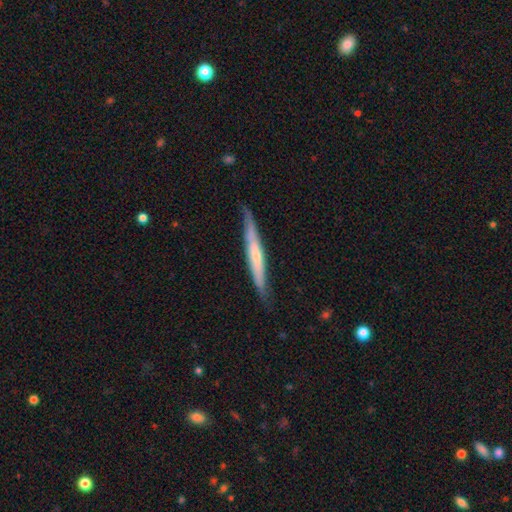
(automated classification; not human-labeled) A featured or disk galaxy (52%) viewed edge-on (91%).

Vote fractions:
- Smooth or featured? featured or disk: 52% / smooth: 42% / star or artifact: 5%
- Edge-on disk? yes: 91% / no: 9%
- Merging? none: 79% / minor disturbance: 17% / major disturbance: 3% / merger: 2%